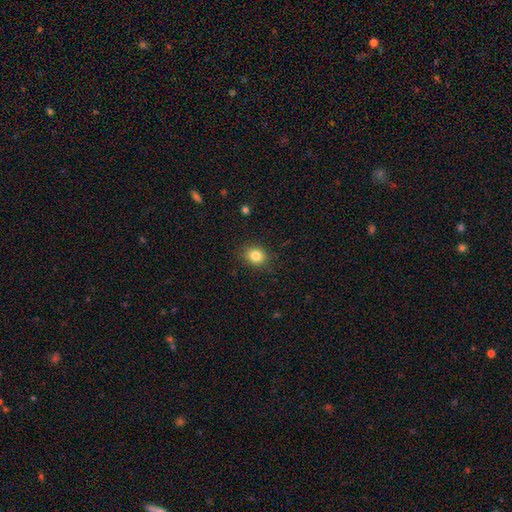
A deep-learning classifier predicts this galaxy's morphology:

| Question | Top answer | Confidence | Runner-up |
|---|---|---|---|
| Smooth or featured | smooth | 83% | star or artifact (10%) |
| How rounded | round | 58% | in between (41%) |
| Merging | none | 86% | minor disturbance (10%) |